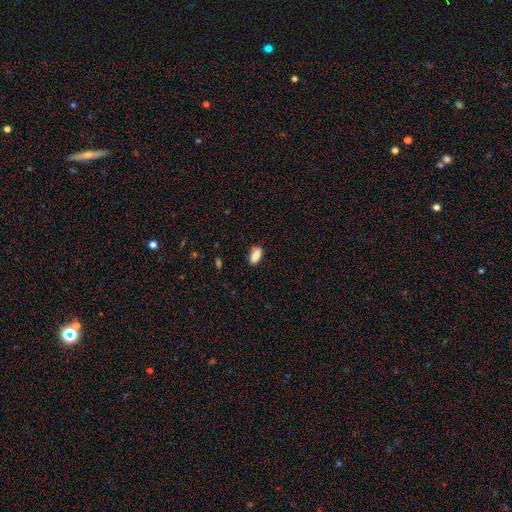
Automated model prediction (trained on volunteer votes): Overall: smooth (87%). How rounded: in between (89%). Merging: none (81%).